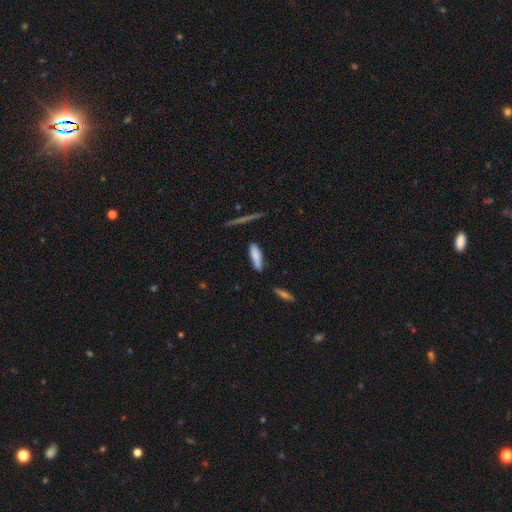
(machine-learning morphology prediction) smooth_or_featured: smooth (p=0.80) [alt: featured or disk p=0.13]
how_rounded: cigar-shaped (p=0.61) [alt: in between p=0.37]
merging: none (p=0.71) [alt: minor disturbance p=0.21]